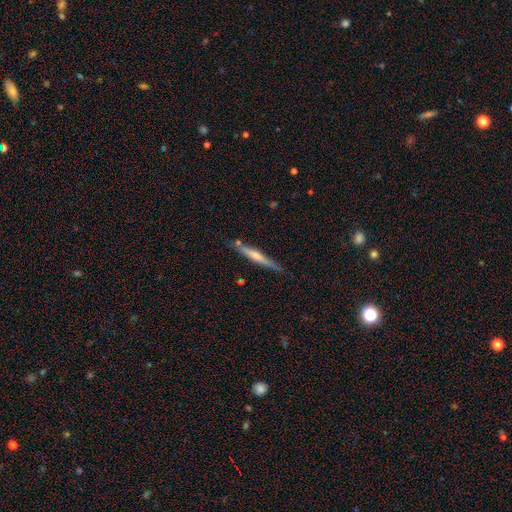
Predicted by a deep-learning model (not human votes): Q: Smooth or featured?
A: featured or disk (48%); runner-up: smooth (46%)
Q: Merging?
A: none (77%); runner-up: minor disturbance (15%)